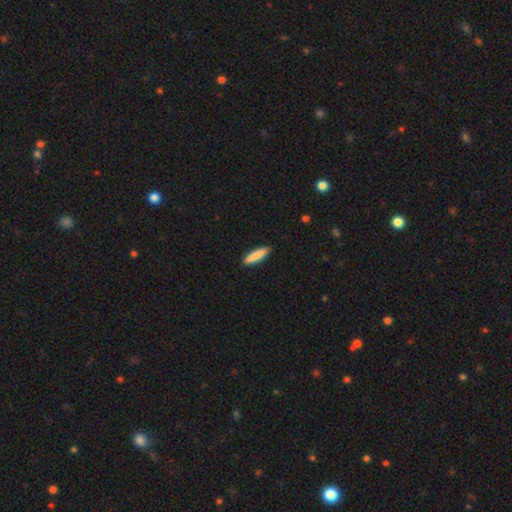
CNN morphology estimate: A smooth galaxy with no disk features (87%) that is cigar-shaped (80%). Merging: none (91%).